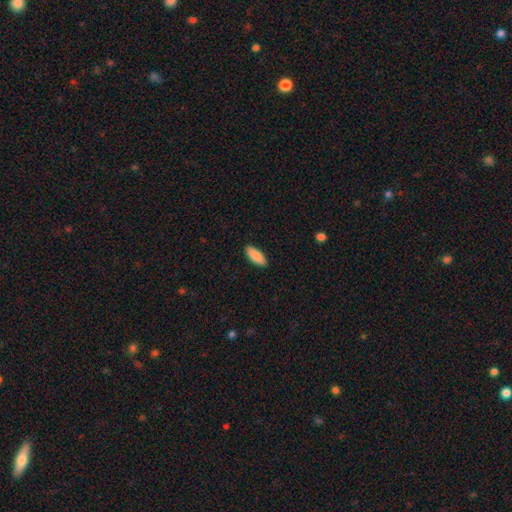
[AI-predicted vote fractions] A smooth galaxy with no disk features (90%) that is in between round and cigar-shaped (78%). Merging: none (90%).